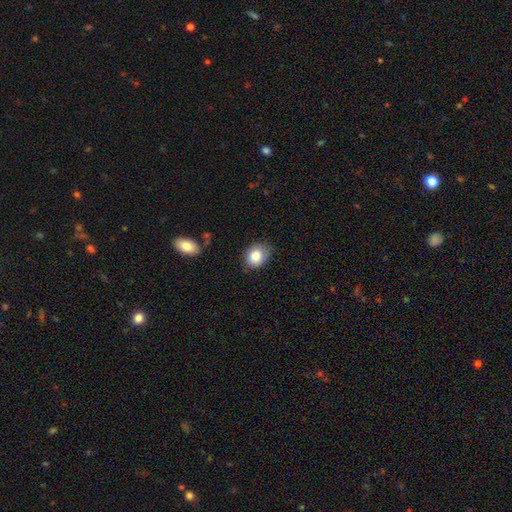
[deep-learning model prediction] smooth 82%, featured or disk 9%, star or artifact 9%. Down the decision tree: how rounded — round (50%); merging — none (76%).